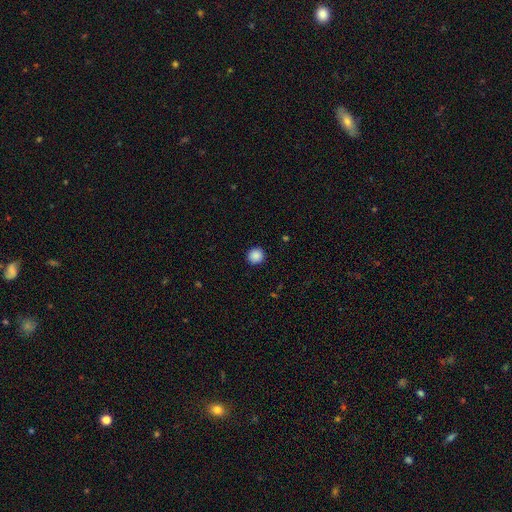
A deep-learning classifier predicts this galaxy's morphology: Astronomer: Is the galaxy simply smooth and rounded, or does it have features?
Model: smooth — 88%.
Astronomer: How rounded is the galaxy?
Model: round — 93%.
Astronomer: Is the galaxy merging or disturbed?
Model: none — 92%.